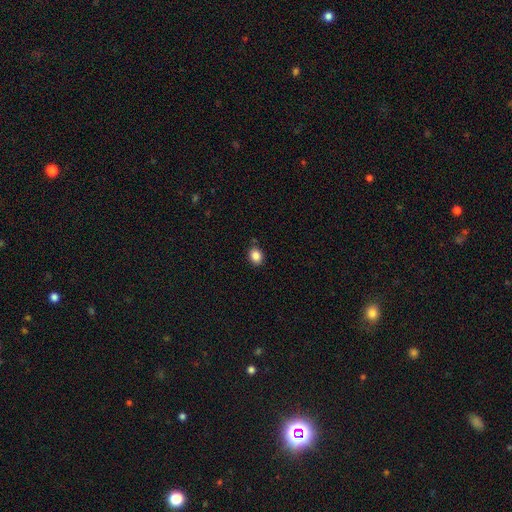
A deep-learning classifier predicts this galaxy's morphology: Smooth or featured? Predicted: smooth (p=0.86). How rounded? Predicted: round (p=0.51). Merging? Predicted: none (p=0.85).